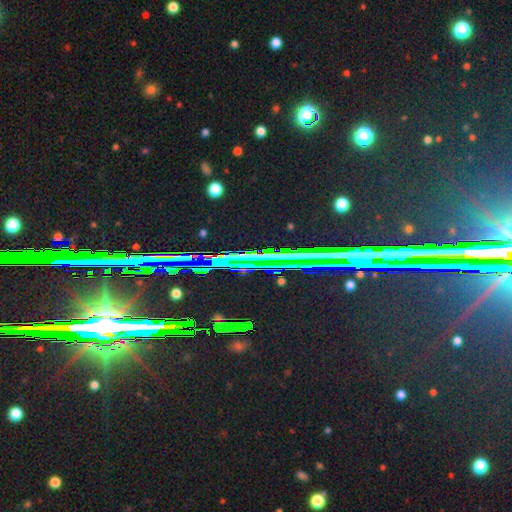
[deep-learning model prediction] This appears to be a star or artifact, not a galaxy (83%).